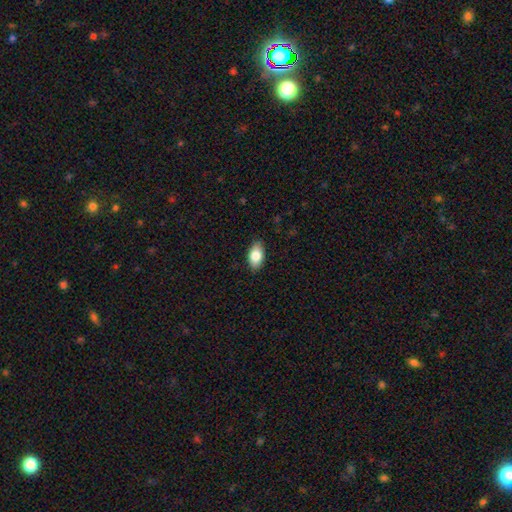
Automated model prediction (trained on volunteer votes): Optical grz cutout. It shows a smooth galaxy with no disk features (83%) that is in between round and cigar-shaped (92%). Merging: none (87%).